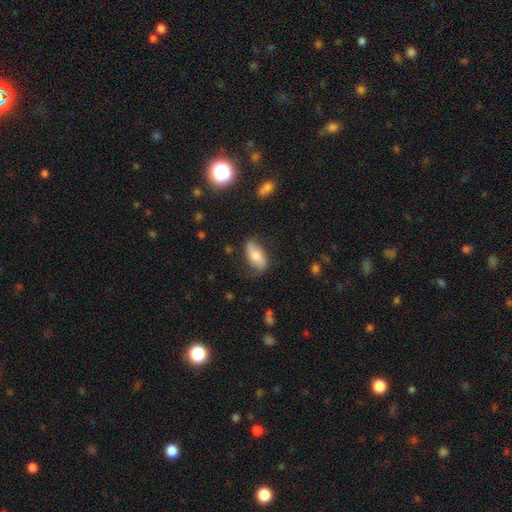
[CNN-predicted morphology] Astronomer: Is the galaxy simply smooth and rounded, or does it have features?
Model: smooth — 66%.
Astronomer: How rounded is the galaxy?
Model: in between — 89%.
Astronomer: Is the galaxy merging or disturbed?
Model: none — 67%.